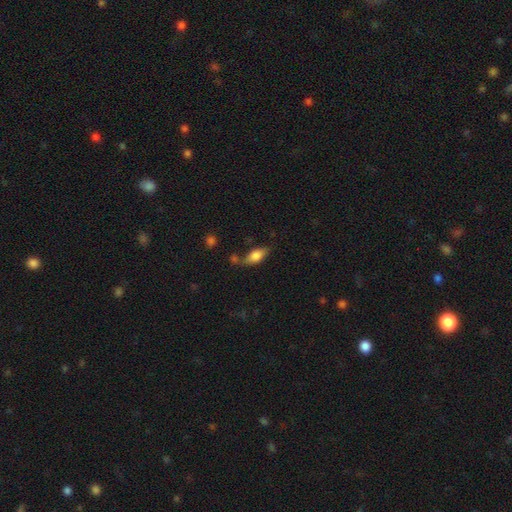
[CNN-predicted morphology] This appears to be a smooth galaxy with no disk features (72%) that is in between round and cigar-shaped (81%). Merging: none (58%).